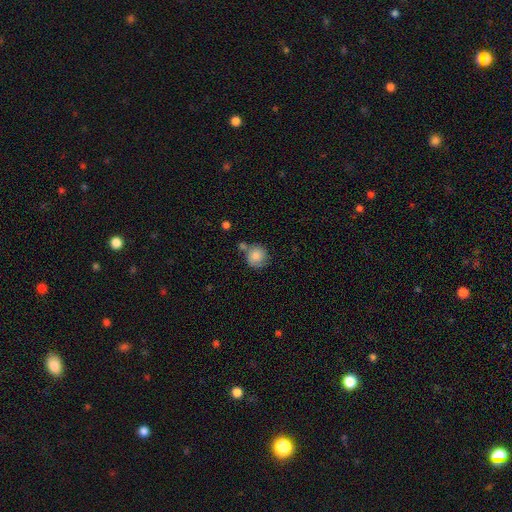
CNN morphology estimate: smooth_or_featured: smooth (p=0.80) [alt: featured or disk p=0.12]
how_rounded: round (p=0.88) [alt: in between p=0.11]
merging: none (p=0.56) [alt: minor disturbance p=0.19]